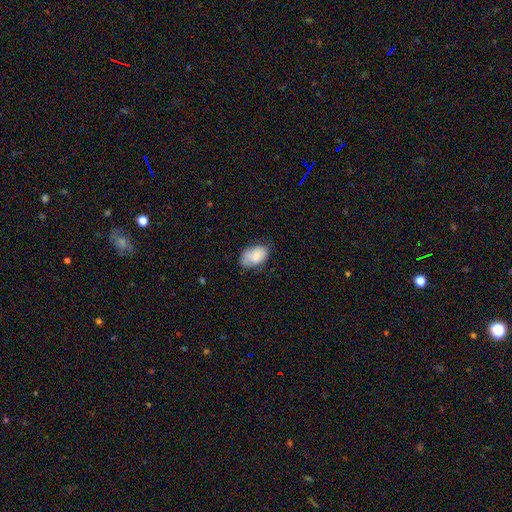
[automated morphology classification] This appears to be a smooth galaxy with no disk features (79%) that is in between round and cigar-shaped (92%). Merging: none (61%).